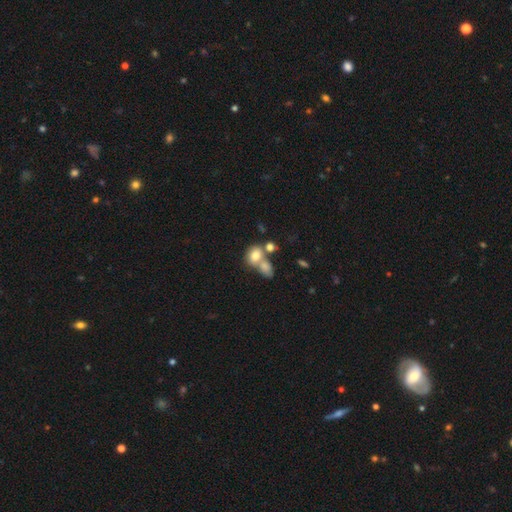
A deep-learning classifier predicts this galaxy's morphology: type=smooth (76%); roundness=in between (63%); merging=merger (52%).